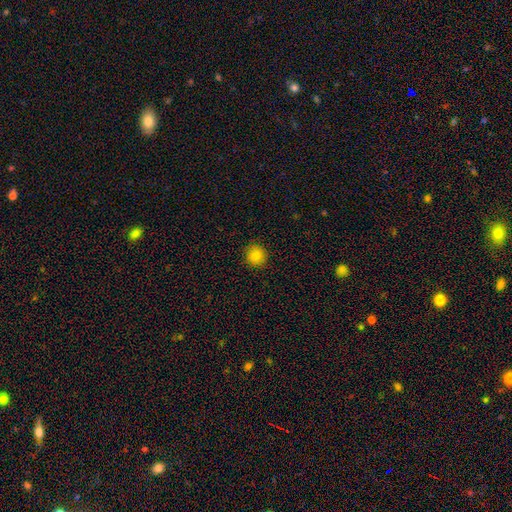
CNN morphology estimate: Smooth or featured: smooth — 83% (star or artifact — 11%)
How rounded: round — 92% (in between — 7%)
Merging: none — 91% (minor disturbance — 6%)